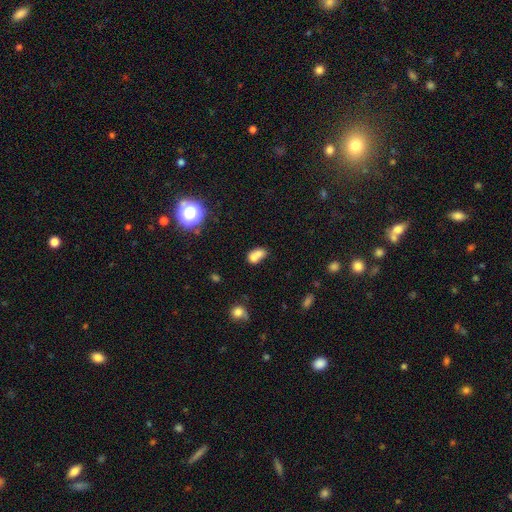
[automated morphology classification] smooth_or_featured: smooth (p=0.72) [alt: featured or disk p=0.15]
how_rounded: in between (p=0.70) [alt: round p=0.27]
merging: merger (p=0.57) [alt: none p=0.26]